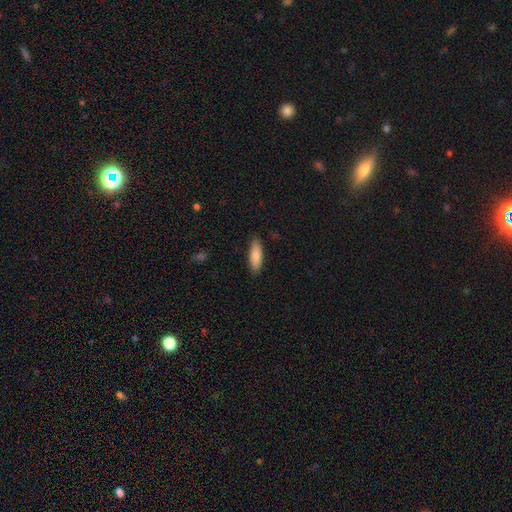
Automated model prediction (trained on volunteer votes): A smooth galaxy with no disk features (85%) that is in between round and cigar-shaped (54%). Merging: none (87%).